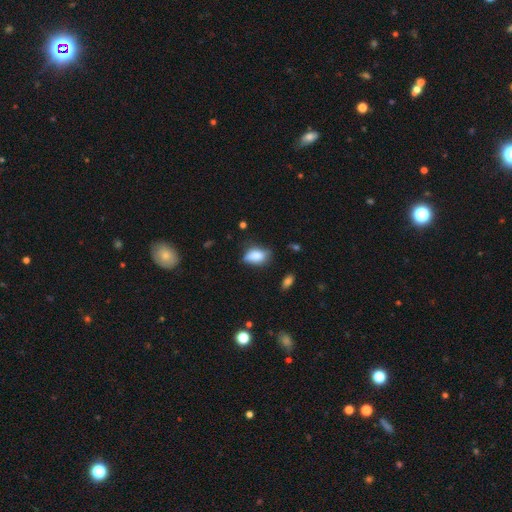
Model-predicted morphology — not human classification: This appears to be a smooth galaxy with no disk features (78%) that is in between round and cigar-shaped (85%). Merging: none (60%).